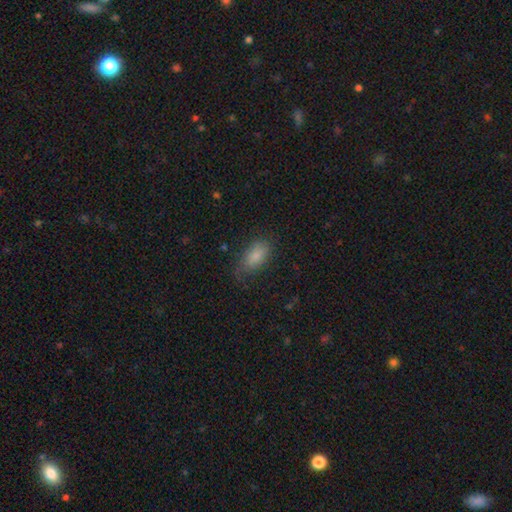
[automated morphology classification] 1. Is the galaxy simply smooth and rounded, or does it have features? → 84% smooth, 8% featured or disk, 8% star or artifact.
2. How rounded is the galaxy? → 90% in between, 6% cigar-shaped, 4% round.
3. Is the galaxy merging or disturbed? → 67% none, 25% minor disturbance, 7% major disturbance, 1% merger.